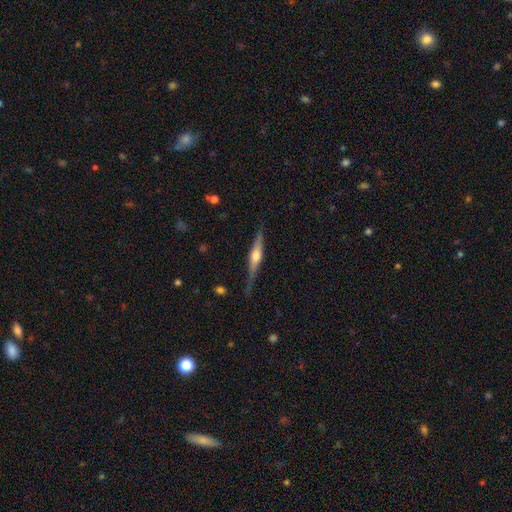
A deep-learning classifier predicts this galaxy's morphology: smooth-or-featured: featured or disk: 66% | smooth: 28% | star or artifact: 6%
  disk-edge-on: yes: 96% | no: 4%
    edge-on-bulge: rounded: 87% | boxy: 9% | none: 4%
  merging: none: 73% | minor disturbance: 20% | major disturbance: 5% | merger: 2%